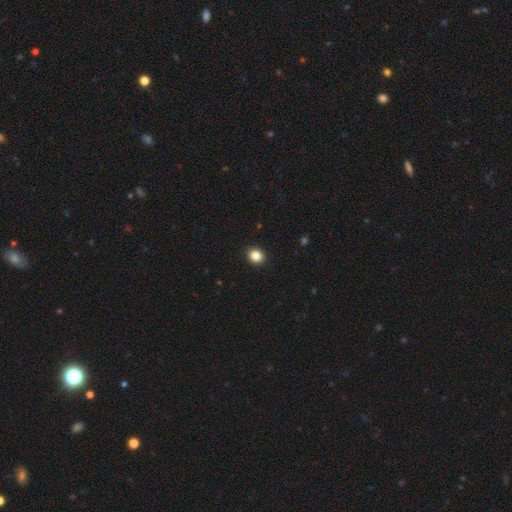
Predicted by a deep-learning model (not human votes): Smooth or featured?
  - smooth: 85% *
  - star or artifact: 10%
  - featured or disk: 4%
How rounded?
  - round: 72% *
  - in between: 27%
  - cigar-shaped: 1%
Merging?
  - none: 92% *
  - minor disturbance: 5%
  - major disturbance: 2%
  - merger: 1%